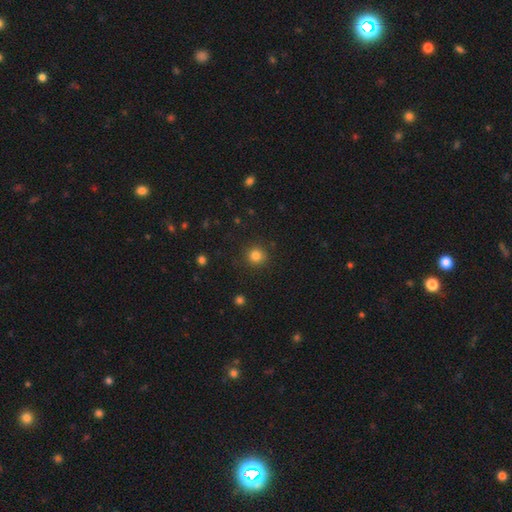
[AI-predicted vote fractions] Smooth or featured? Predicted: smooth (p=0.82). How rounded? Predicted: round (p=0.93). Merging? Predicted: none (p=0.90).